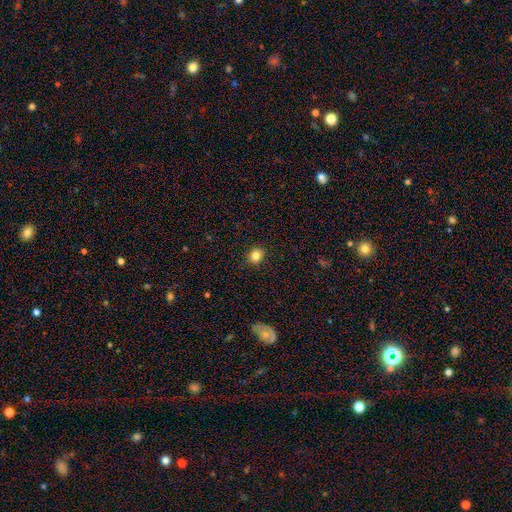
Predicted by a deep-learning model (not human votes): Smooth or featured?
  - smooth: 83% *
  - star or artifact: 11%
  - featured or disk: 6%
How rounded?
  - round: 67% *
  - in between: 32%
  - cigar-shaped: 1%
Merging?
  - none: 91% *
  - minor disturbance: 7%
  - major disturbance: 2%
  - merger: 1%